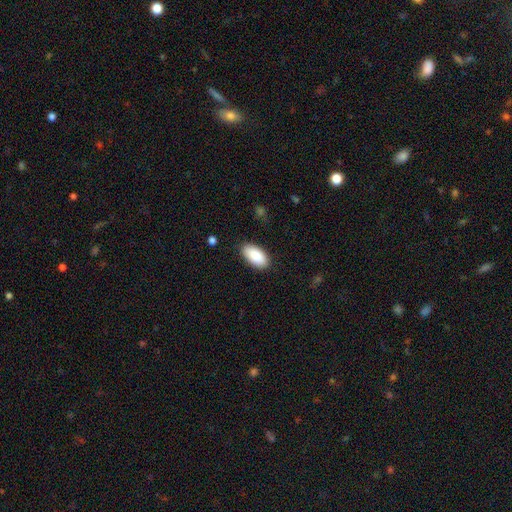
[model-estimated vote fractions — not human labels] Smooth or featured?
  - smooth: 90% *
  - star or artifact: 6%
  - featured or disk: 4%
How rounded?
  - in between: 94% *
  - cigar-shaped: 4%
  - round: 2%
Merging?
  - none: 87% *
  - minor disturbance: 10%
  - major disturbance: 2%
  - merger: 1%